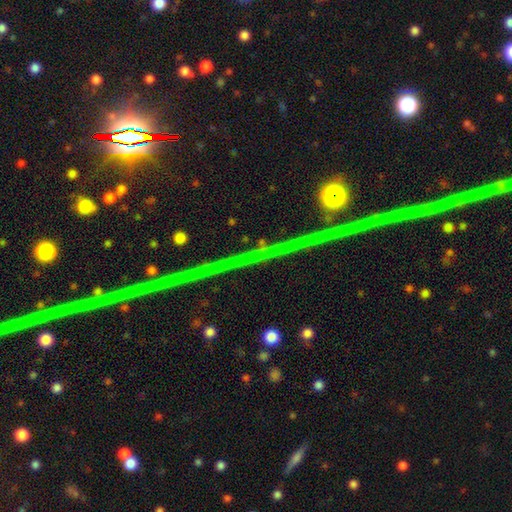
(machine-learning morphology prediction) star or artifact 83%, featured or disk 10%, smooth 6%.